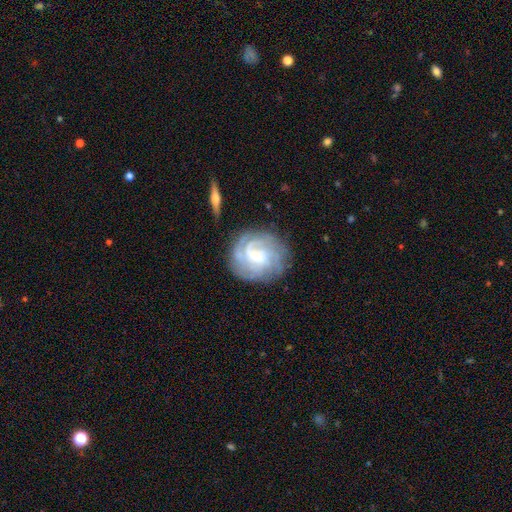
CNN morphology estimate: Smooth or featured? featured or disk (82%)
Edge-on disk? no (97%)
Bar? no (48%)
Spiral arms? yes (96%)
Spiral winding? tight (67%)
Spiral arm count? can't tell (28%)
Bulge size? small (68%)
Merging? none (79%)